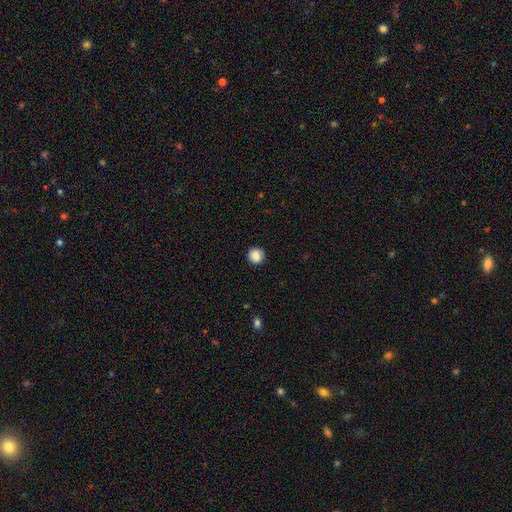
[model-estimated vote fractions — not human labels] smooth 85%, star or artifact 9%, featured or disk 6%. Down the decision tree: how rounded — round (91%); merging — none (90%).